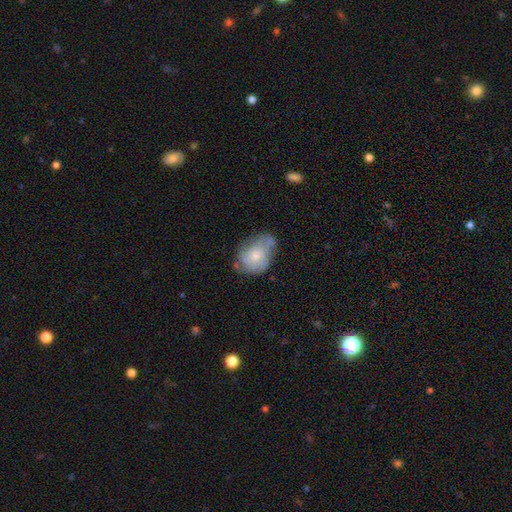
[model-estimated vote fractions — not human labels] The model was most divided on "merging": none: 38%, minor disturbance: 37%, major disturbance: 16%, merger: 10%. More confident: how rounded — in between (69%); smooth or featured — smooth (57%).